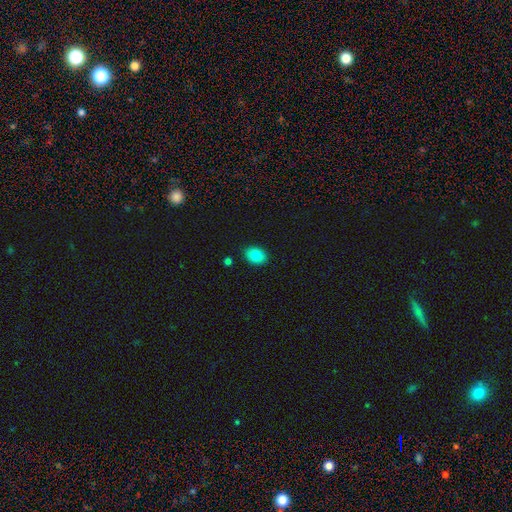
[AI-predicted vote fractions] The model was most divided on "how rounded": in between: 73%, round: 26%, cigar-shaped: 1%. More confident: merging — none (87%); smooth or featured — smooth (85%).